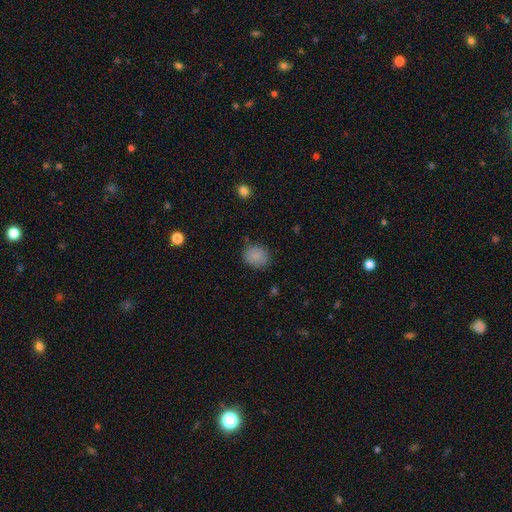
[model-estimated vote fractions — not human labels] smooth-or-featured: smooth: 85% | star or artifact: 9% | featured or disk: 6%
  how-rounded: round: 62% | in between: 37% | cigar-shaped: 1%
  merging: none: 81% | minor disturbance: 14% | major disturbance: 3% | merger: 2%